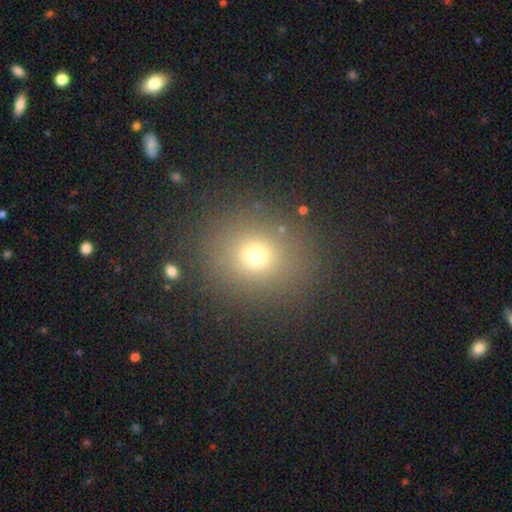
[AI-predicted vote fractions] Overall: smooth (69%). How rounded: round (82%). Merging: none (86%).